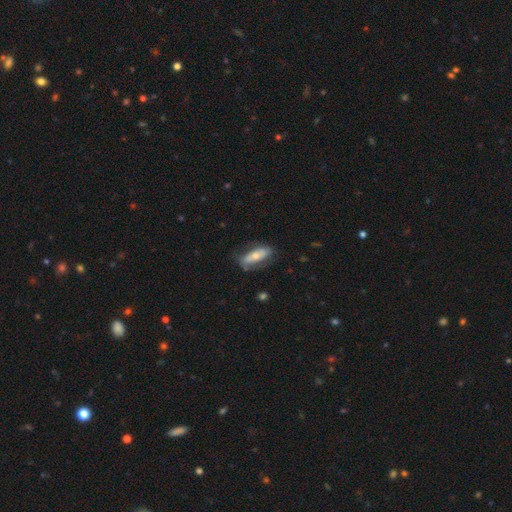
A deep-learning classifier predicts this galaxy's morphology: A smooth galaxy with no disk features (50%) that is in between round and cigar-shaped (64%).

Vote fractions:
- Smooth or featured? smooth: 50% / featured or disk: 44% / star or artifact: 6%
- How rounded? in between: 64% / cigar-shaped: 33% / round: 3%
- Merging? none: 66% / minor disturbance: 23% / major disturbance: 9% / merger: 2%